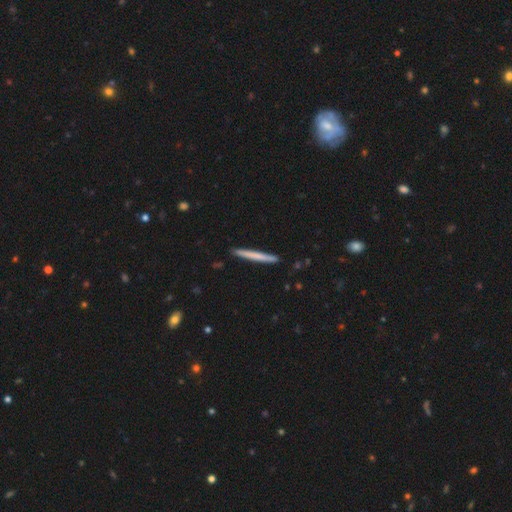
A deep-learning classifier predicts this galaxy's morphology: A smooth galaxy with no disk features (64%) that is cigar-shaped (97%). Merging: none (91%).